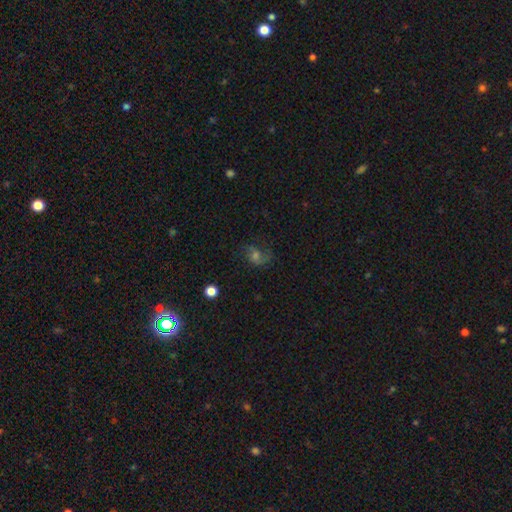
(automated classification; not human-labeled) Overall: featured or disk (52%; smooth 27%). Edge-on disk: no (96%). Bar: no (61%; weak 32%). Spiral arms: yes (87%). Bulge size: moderate (47%; small 36%). Merging: none (61%).